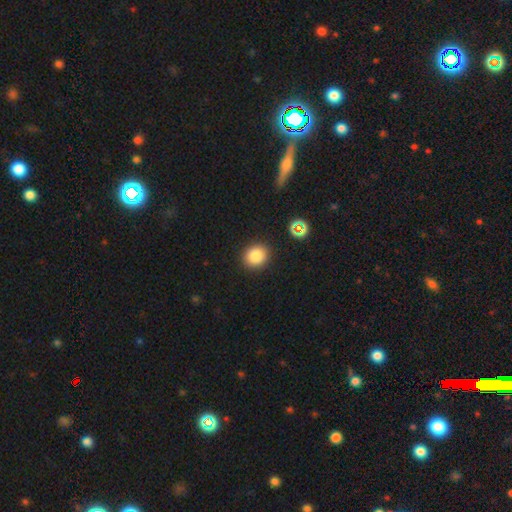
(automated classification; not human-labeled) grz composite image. It shows a smooth galaxy with no disk features (84%) that is round (73%). Merging: none (89%).